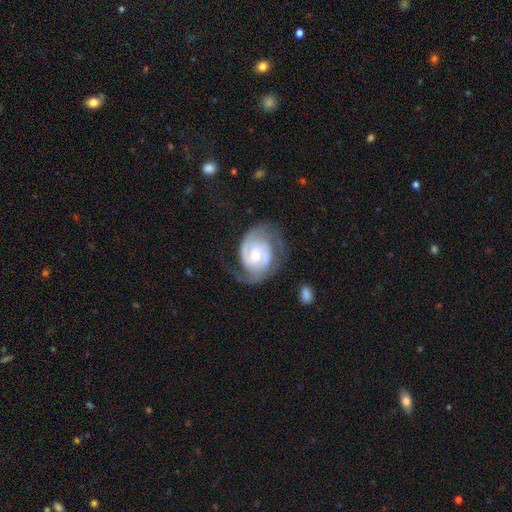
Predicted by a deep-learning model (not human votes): Smooth or featured: featured or disk — 85% (smooth — 10%)
Edge-on disk: no — 97% (yes — 3%)
Bar: no — 56% (weak — 36%)
Spiral arms: yes — 95% (no — 5%)
Spiral winding: tight — 42% (tied with medium — 42%)
Spiral arm count: 2 — 74% (can't tell — 10%)
Bulge size: moderate — 63% (small — 31%)
Merging: none — 62% (minor disturbance — 20%)